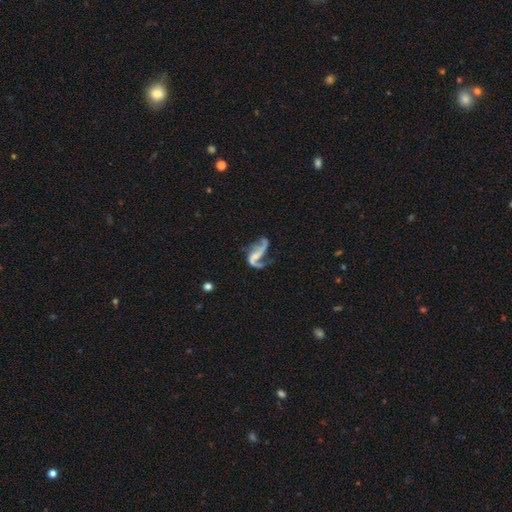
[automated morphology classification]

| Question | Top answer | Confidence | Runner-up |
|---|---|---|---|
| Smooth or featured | featured or disk | 82% | smooth (10%) |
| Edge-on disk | no | 96% | yes (4%) |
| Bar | no | 39% | weak (35%) |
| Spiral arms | yes | 90% | no (10%) |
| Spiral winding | loose | 80% | medium (16%) |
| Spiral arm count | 2 | 81% | 1 (8%) |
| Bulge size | none | 46% | small (35%) |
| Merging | none | 44% | major disturbance (30%) |